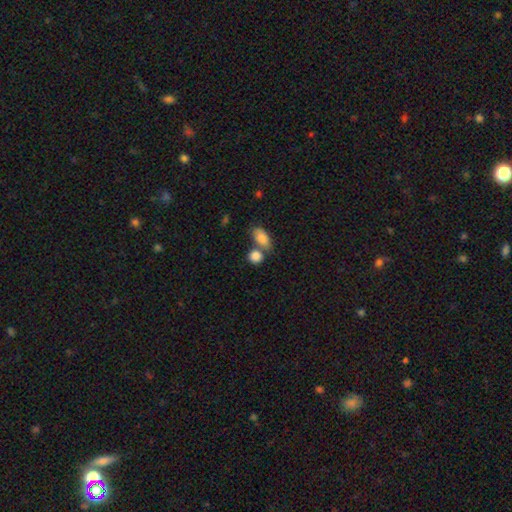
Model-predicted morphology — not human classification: Smooth or featured: smooth — 85% (star or artifact — 8%)
How rounded: in between — 50% (round — 48%)
Merging: none — 47% (merger — 39%)